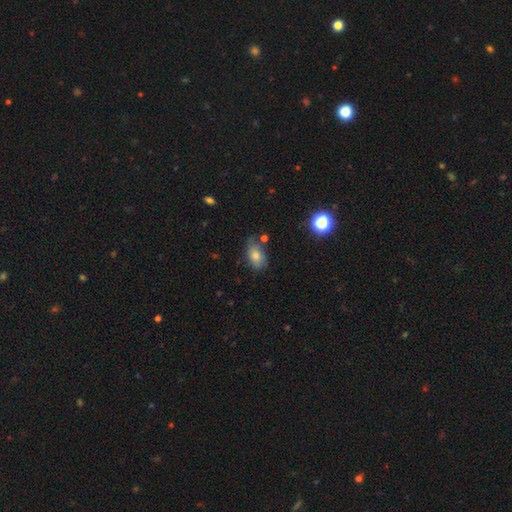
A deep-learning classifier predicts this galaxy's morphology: smooth-or-featured: smooth: 77% | featured or disk: 13% | star or artifact: 10%
  how-rounded: in between: 88% | round: 10% | cigar-shaped: 2%
  merging: none: 63% | minor disturbance: 25% | merger: 7% | major disturbance: 6%